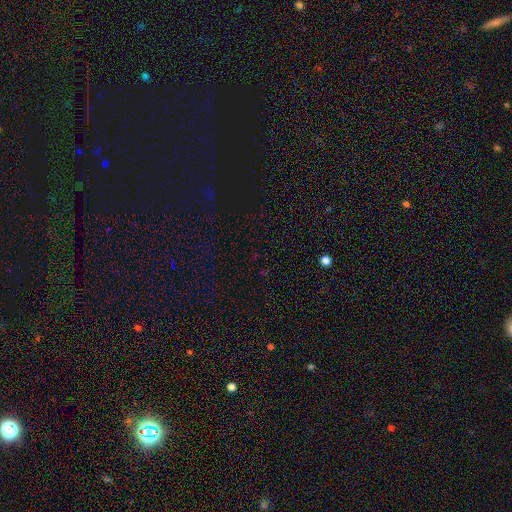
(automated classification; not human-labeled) This appears to be a star or artifact, not a galaxy (68%).